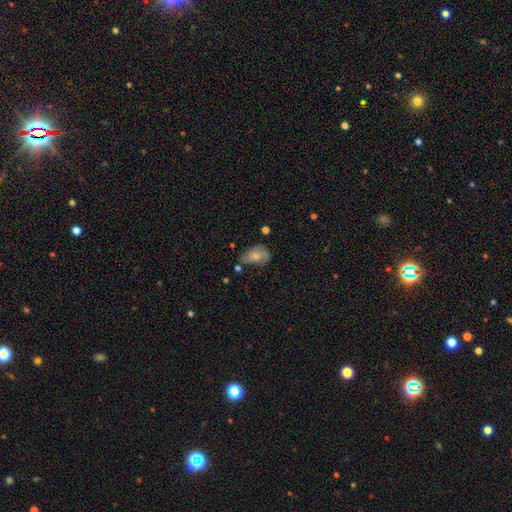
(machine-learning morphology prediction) Q: Smooth or featured?
A: smooth (49%); runner-up: featured or disk (43%)
Q: Merging?
A: none (48%); runner-up: minor disturbance (32%)